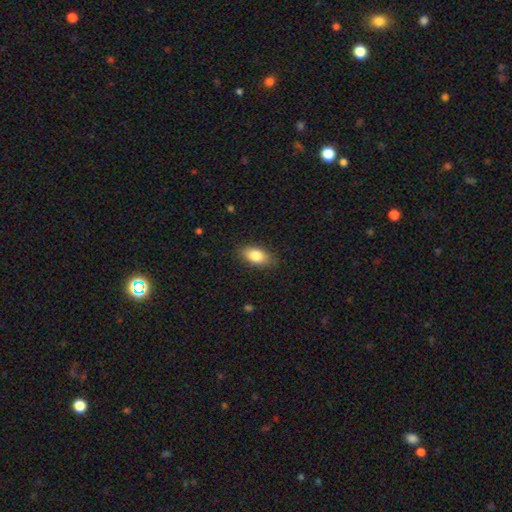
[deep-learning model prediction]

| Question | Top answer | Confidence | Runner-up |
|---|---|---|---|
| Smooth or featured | smooth | 83% | featured or disk (10%) |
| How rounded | in between | 89% | round (6%) |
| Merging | none | 85% | minor disturbance (11%) |